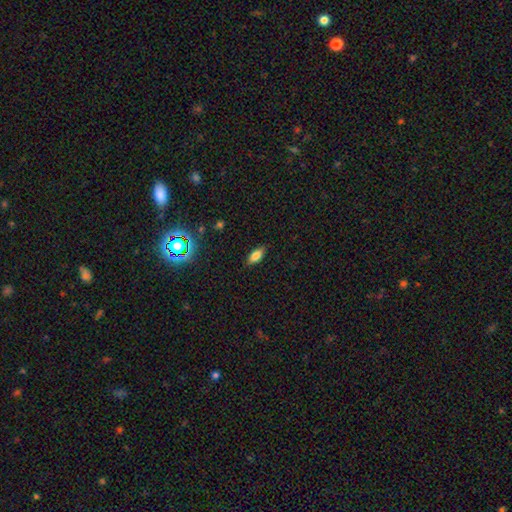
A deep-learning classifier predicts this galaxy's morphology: A smooth galaxy with no disk features (78%) that is in between round and cigar-shaped (83%).

Vote fractions:
- Smooth or featured? smooth: 78% / featured or disk: 11% / star or artifact: 11%
- How rounded? in between: 83% / cigar-shaped: 13% / round: 3%
- Merging? none: 87% / minor disturbance: 10% / major disturbance: 2% / merger: 1%